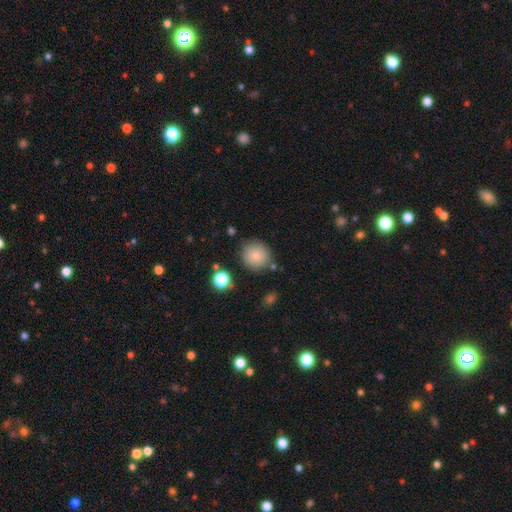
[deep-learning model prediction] smooth_or_featured: smooth (p=0.83) [alt: star or artifact p=0.10]
how_rounded: round (p=0.90) [alt: in between p=0.09]
merging: none (p=0.82) [alt: minor disturbance p=0.10]